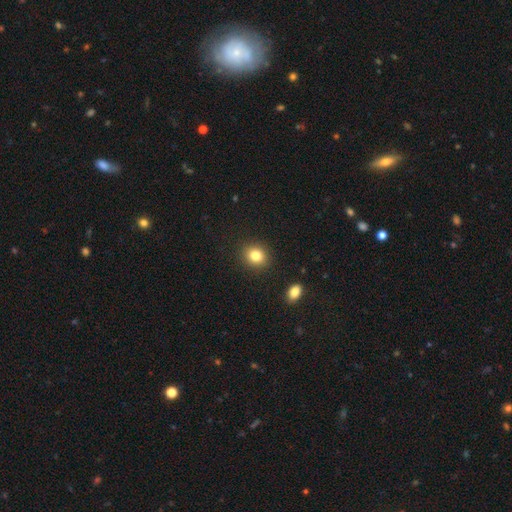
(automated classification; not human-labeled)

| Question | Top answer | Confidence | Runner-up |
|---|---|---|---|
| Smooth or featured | smooth | 82% | star or artifact (11%) |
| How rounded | round | 73% | in between (26%) |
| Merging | none | 90% | minor disturbance (6%) |